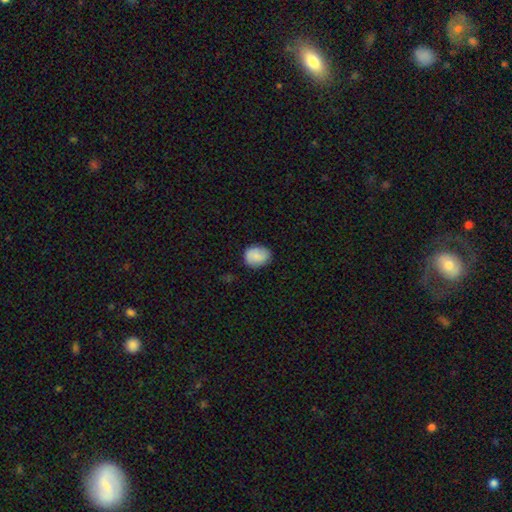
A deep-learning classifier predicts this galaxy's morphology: This appears to be a smooth galaxy with no disk features (83%) that is in between round and cigar-shaped (51%). Merging: none (80%).